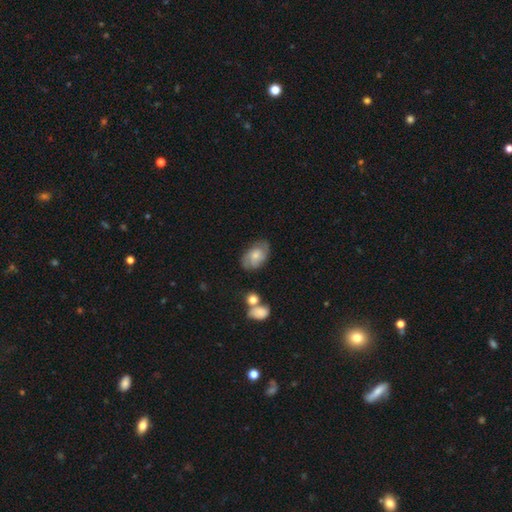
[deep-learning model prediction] The model was most divided on "smooth or featured": featured or disk: 50%, smooth: 42%, star or artifact: 8%. More confident: edge-on disk — no (95%); merging — none (69%).